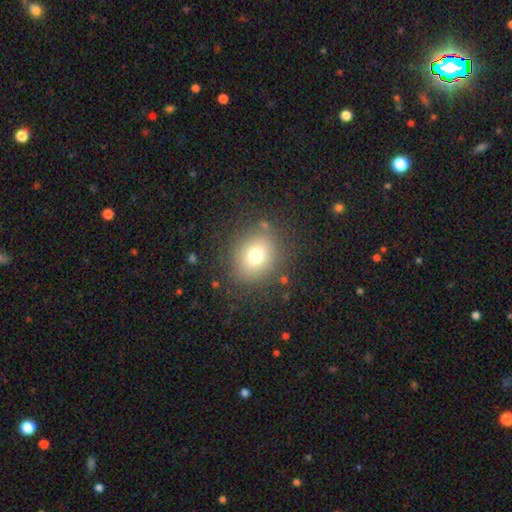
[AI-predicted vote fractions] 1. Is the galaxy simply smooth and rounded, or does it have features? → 73% smooth, 15% star or artifact, 13% featured or disk.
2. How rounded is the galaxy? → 72% round, 27% in between, 1% cigar-shaped.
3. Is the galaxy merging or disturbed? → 84% none, 10% minor disturbance, 5% major disturbance, 2% merger.